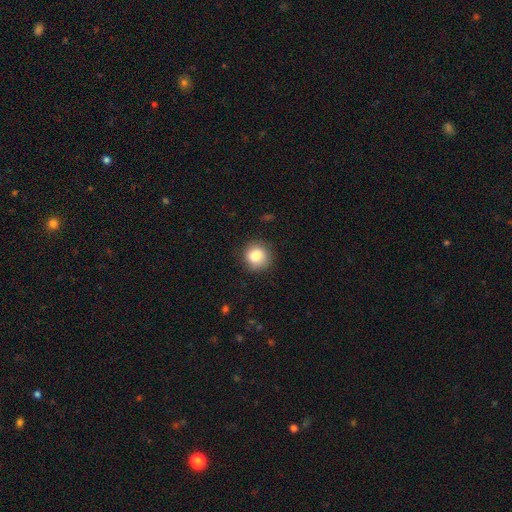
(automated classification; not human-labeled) A smooth galaxy with no disk features (84%) that is round (89%).

Vote fractions:
- Smooth or featured? smooth: 84% / star or artifact: 9% / featured or disk: 7%
- How rounded? round: 89% / in between: 10% / cigar-shaped: 1%
- Merging? none: 83% / minor disturbance: 12% / major disturbance: 3% / merger: 1%